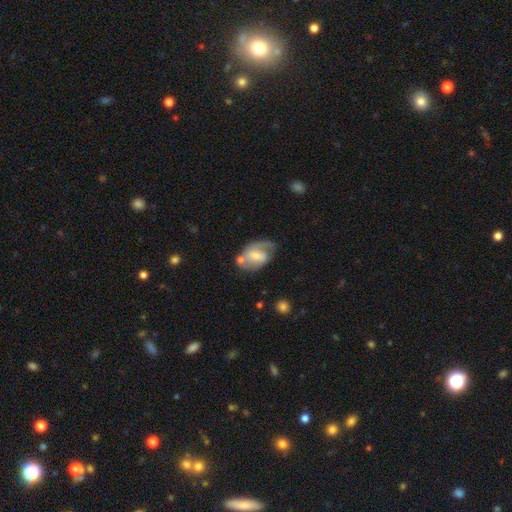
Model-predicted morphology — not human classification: Smooth or featured? featured or disk (64%)
Edge-on disk? no (96%)
Bar? weak (49%)
Spiral arms? yes (81%)
Bulge size? small (47%)
Merging? none (49%)